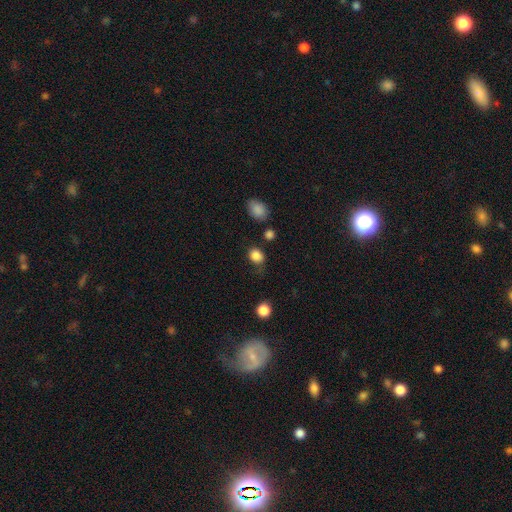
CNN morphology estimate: smooth 86%, star or artifact 11%, featured or disk 4%. Down the decision tree: how rounded — round (61%); merging — none (69%).